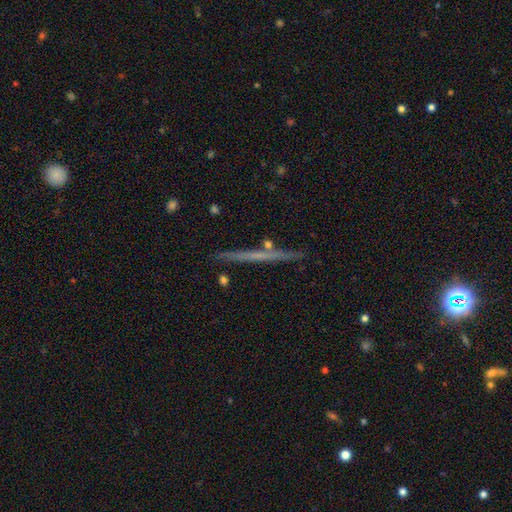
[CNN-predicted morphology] Smooth or featured?
  - featured or disk: 60% *
  - smooth: 33%
  - star or artifact: 7%
Edge-on disk?
  - yes: 97% *
  - no: 3%
Edge-on bulge?
  - none: 85% *
  - rounded: 11%
  - boxy: 4%
Merging?
  - none: 89% *
  - minor disturbance: 7%
  - merger: 2%
  - major disturbance: 2%